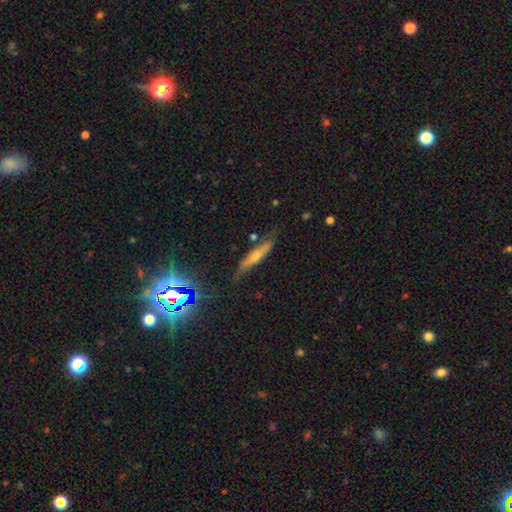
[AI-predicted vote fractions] Morphology: type=featured or disk (47%); merging=none (78%).